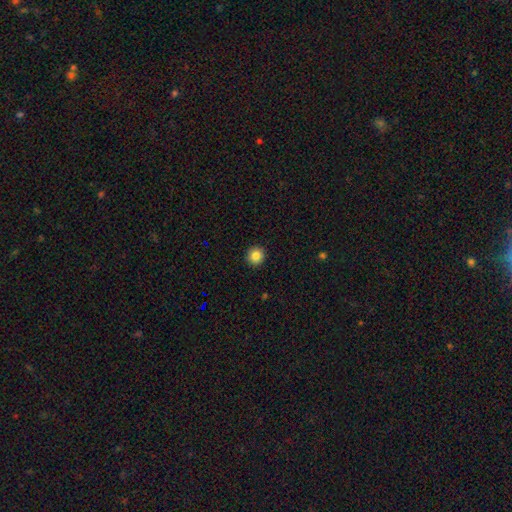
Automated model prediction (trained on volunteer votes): Smooth or featured? smooth (85%)
How rounded? round (95%)
Merging? none (93%)